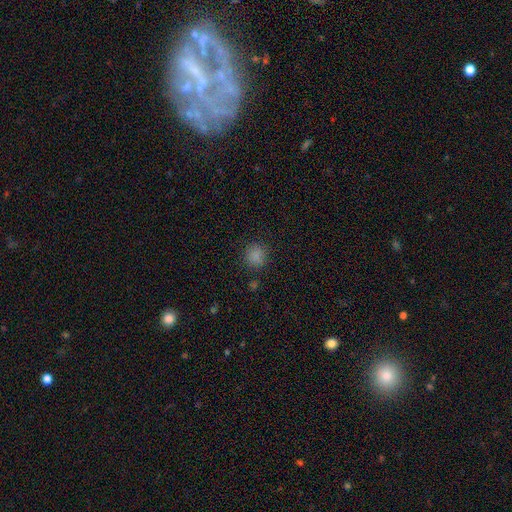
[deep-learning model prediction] Morphology: type=smooth (81%); roundness=round (89%); merging=none (85%).